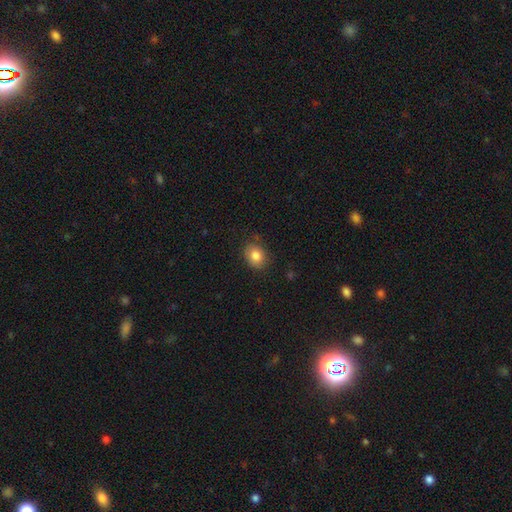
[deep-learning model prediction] Smooth or featured? Predicted: smooth (p=0.83). How rounded? Predicted: in between (p=0.53). Merging? Predicted: none (p=0.79).